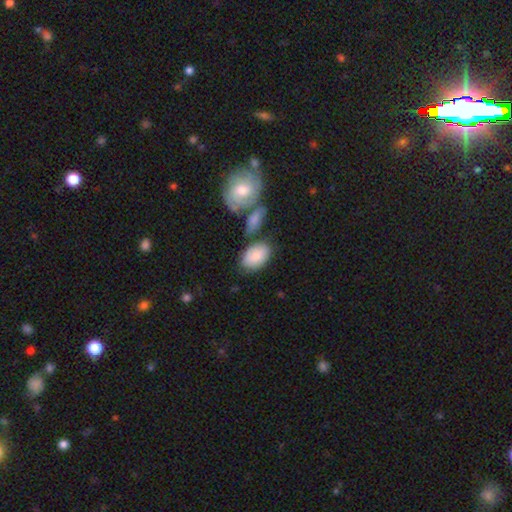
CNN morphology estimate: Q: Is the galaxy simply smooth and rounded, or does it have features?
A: smooth — 80%.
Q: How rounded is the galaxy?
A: in between — 90%.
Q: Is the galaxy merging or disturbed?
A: none — 64%.